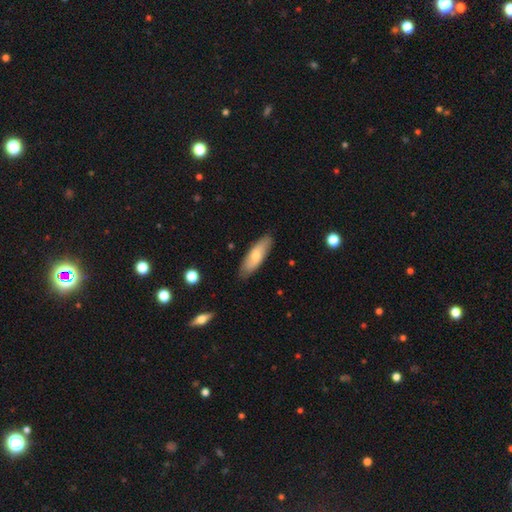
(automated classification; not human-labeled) smooth-or-featured: smooth: 65% | featured or disk: 29% | star or artifact: 5%
  how-rounded: in between: 57% | cigar-shaped: 41% | round: 2%
  merging: none: 84% | minor disturbance: 13% | major disturbance: 2% | merger: 1%